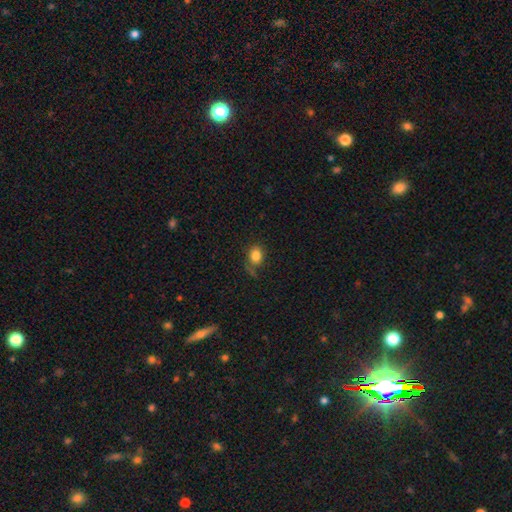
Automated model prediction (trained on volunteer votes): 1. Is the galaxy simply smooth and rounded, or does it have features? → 83% smooth, 11% star or artifact, 7% featured or disk.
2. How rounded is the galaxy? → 53% in between, 46% round, 1% cigar-shaped.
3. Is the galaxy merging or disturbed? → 66% none, 19% minor disturbance, 10% major disturbance, 5% merger.